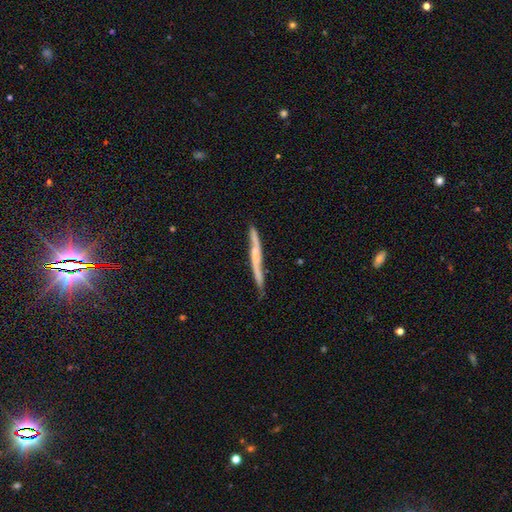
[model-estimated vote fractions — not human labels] Smooth or featured?
  - featured or disk: 65% *
  - smooth: 29%
  - star or artifact: 6%
Edge-on disk?
  - yes: 87% *
  - no: 13%
Edge-on bulge?
  - none: 63% *
  - rounded: 27%
  - boxy: 10%
Merging?
  - none: 71% *
  - minor disturbance: 22%
  - major disturbance: 4%
  - merger: 2%